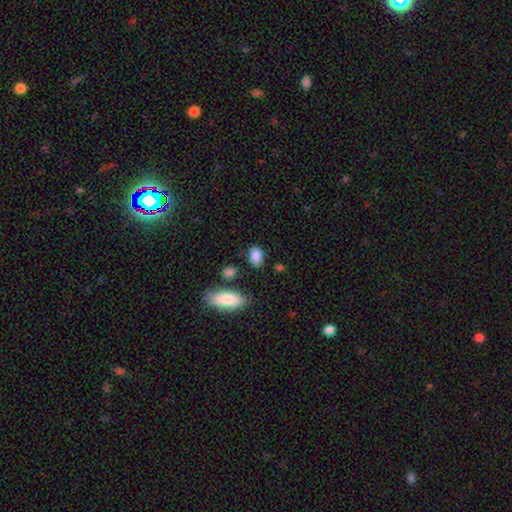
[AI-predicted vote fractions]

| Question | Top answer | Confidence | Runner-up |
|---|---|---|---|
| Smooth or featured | smooth | 87% | star or artifact (8%) |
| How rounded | in between | 88% | round (9%) |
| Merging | none | 73% | minor disturbance (17%) |